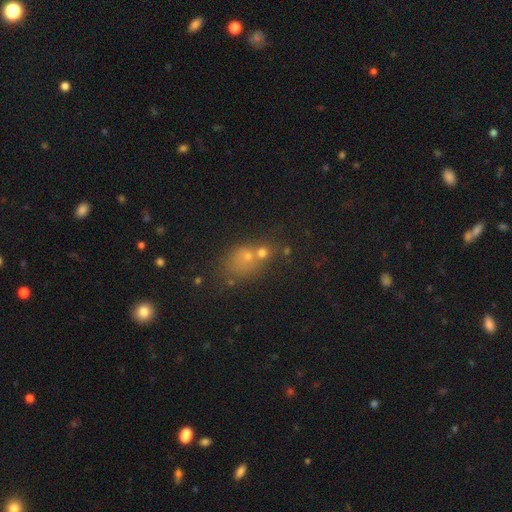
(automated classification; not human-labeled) This appears to be a smooth galaxy with no disk features (53%) that is round (49%). Merging: none (49%).